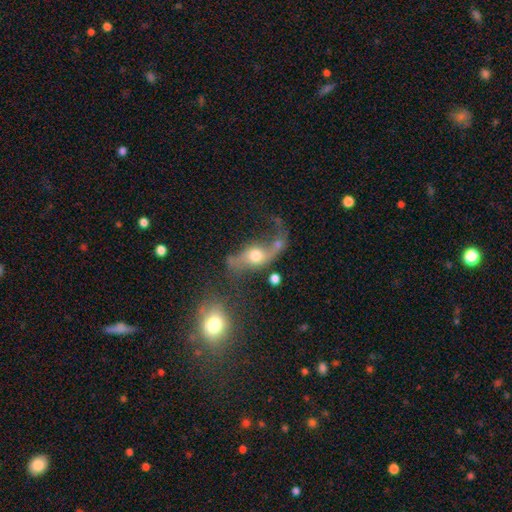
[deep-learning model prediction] A featured or disk galaxy (66%) with no bar (65%), spiral arms (79%) and a moderate central bulge (63%).

Vote fractions:
- Smooth or featured? featured or disk: 66% / smooth: 24% / star or artifact: 11%
- Edge-on disk? no: 87% / yes: 13%
- Bar? no: 65% / weak: 25% / strong: 10%
- Spiral arms? yes: 79% / no: 21%
- Bulge size? moderate: 63% / large: 17% / small: 15% / dominant: 3% / none: 2%
- Merging? none: 35% / major disturbance: 28% / merger: 21% / minor disturbance: 16%